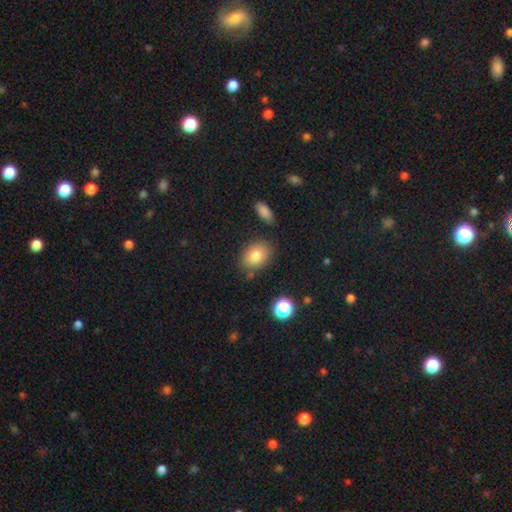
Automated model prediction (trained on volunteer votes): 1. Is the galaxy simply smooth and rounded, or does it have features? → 78% smooth, 12% featured or disk, 10% star or artifact.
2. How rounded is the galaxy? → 67% in between, 31% round, 1% cigar-shaped.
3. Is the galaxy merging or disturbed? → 78% none, 14% minor disturbance, 5% merger, 3% major disturbance.